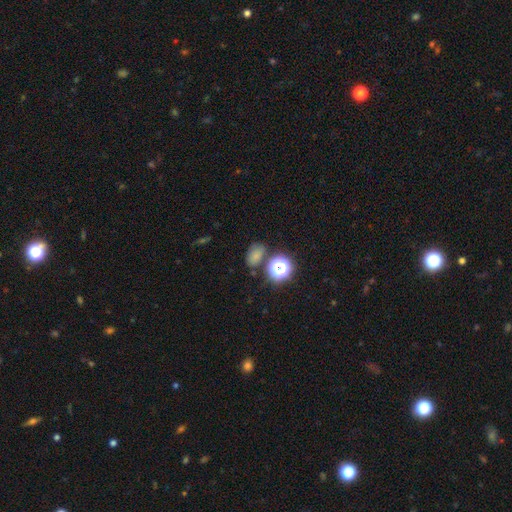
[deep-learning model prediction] A smooth galaxy with no disk features (69%) that is in between round and cigar-shaped (71%). Merging: none (68%).